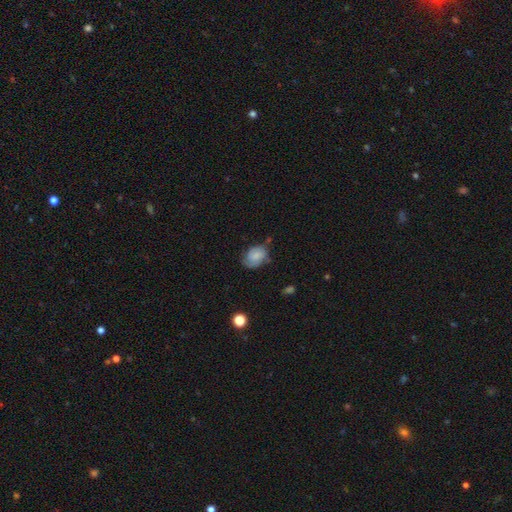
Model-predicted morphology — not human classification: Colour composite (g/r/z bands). It shows a smooth galaxy with no disk features (62%) that is in between round and cigar-shaped (63%). Merging: none (57%).